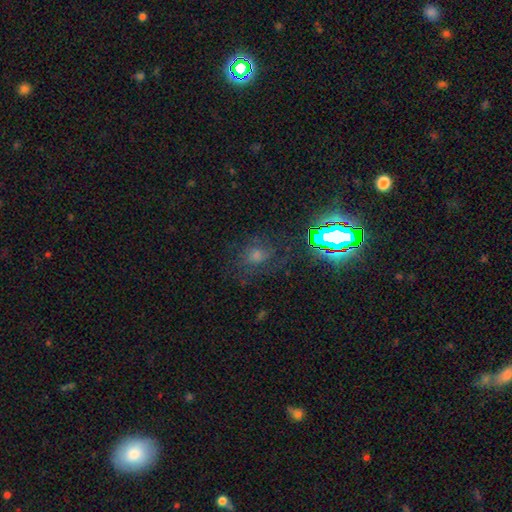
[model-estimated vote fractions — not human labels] Smooth or featured?
  - smooth: 43% *
  - star or artifact: 36%
  - featured or disk: 21%
Merging?
  - none: 66% *
  - minor disturbance: 18%
  - major disturbance: 15%
  - merger: 2%